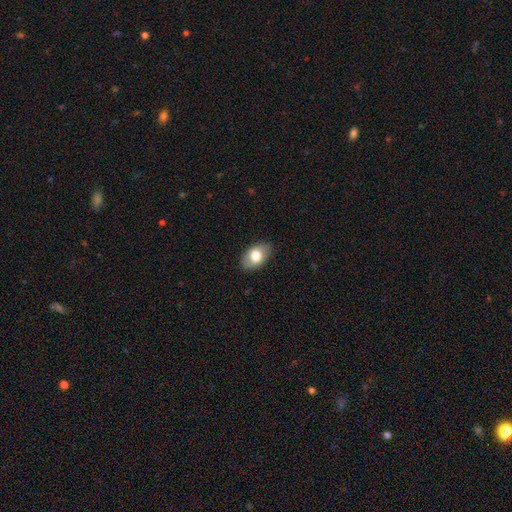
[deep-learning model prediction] This appears to be a smooth galaxy with no disk features (72%) that is in between round and cigar-shaped (90%). Merging: none (85%).